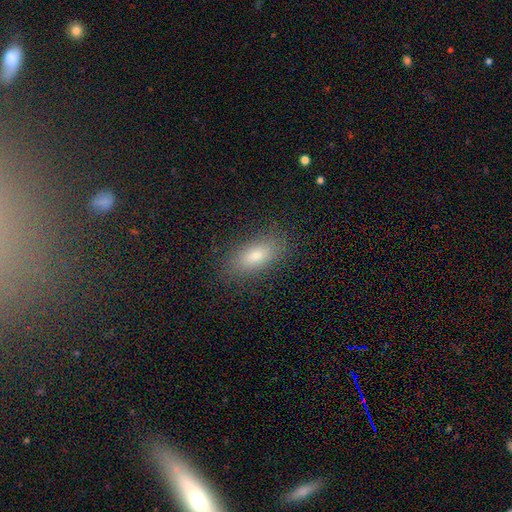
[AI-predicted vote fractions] This appears to be a smooth galaxy with no disk features (80%) that is in between round and cigar-shaped (82%). Merging: none (85%).